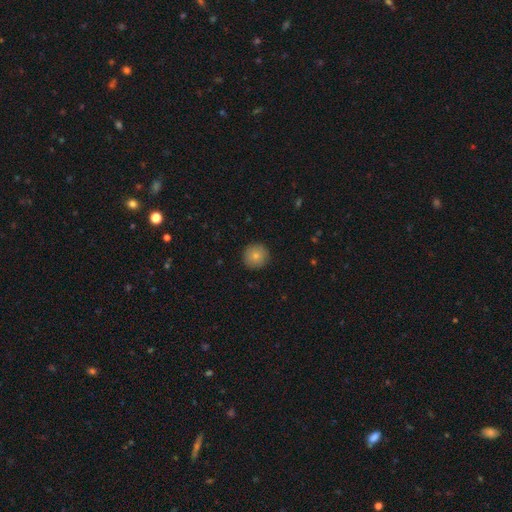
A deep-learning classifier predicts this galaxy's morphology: Overall: smooth (82%). How rounded: round (95%). Merging: none (91%).